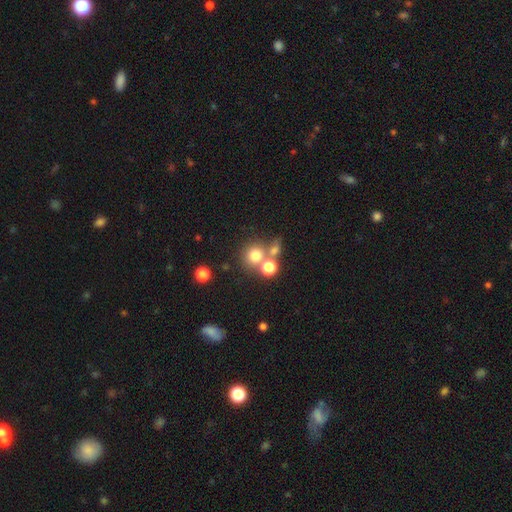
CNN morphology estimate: type=smooth (72%); roundness=round (88%); merging=none (58%).